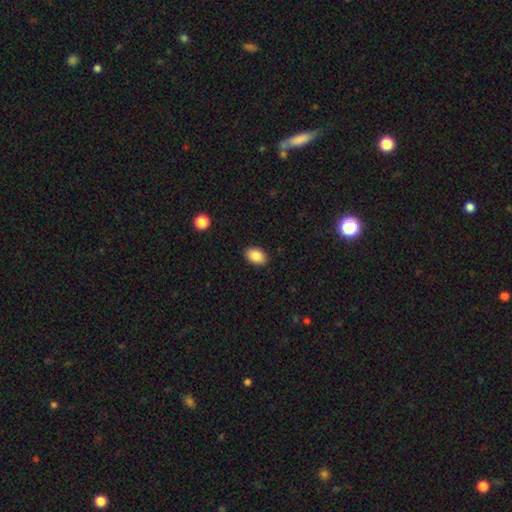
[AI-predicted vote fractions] Smooth or featured? smooth (88%)
How rounded? in between (88%)
Merging? none (89%)